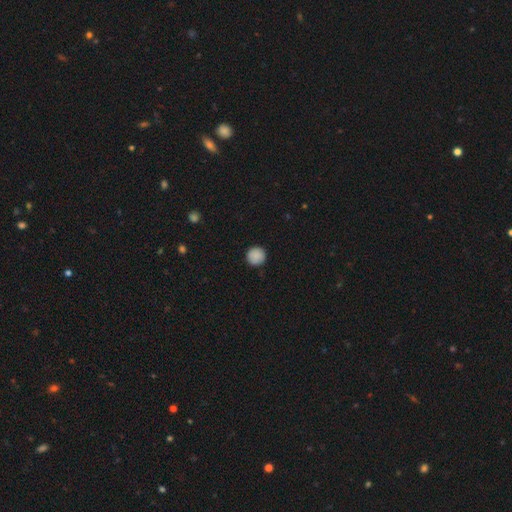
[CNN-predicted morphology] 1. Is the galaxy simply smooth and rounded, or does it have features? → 89% smooth, 8% star or artifact, 3% featured or disk.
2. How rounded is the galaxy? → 95% round, 4% in between, 1% cigar-shaped.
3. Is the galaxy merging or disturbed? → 92% none, 6% minor disturbance, 2% major disturbance, 1% merger.